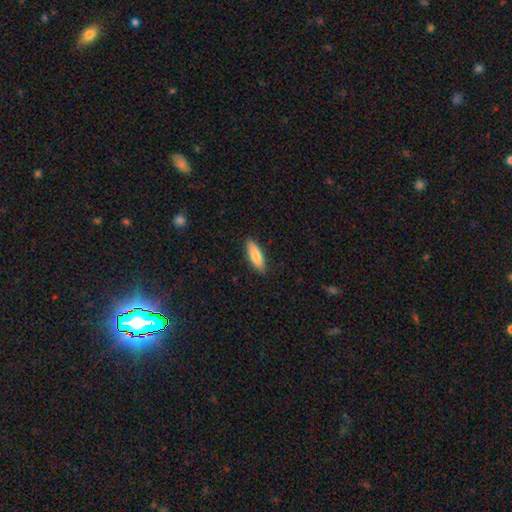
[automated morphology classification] This is likely a smooth galaxy (79%). How rounded: possibly in between (51%). Merging: clearly none (88%).